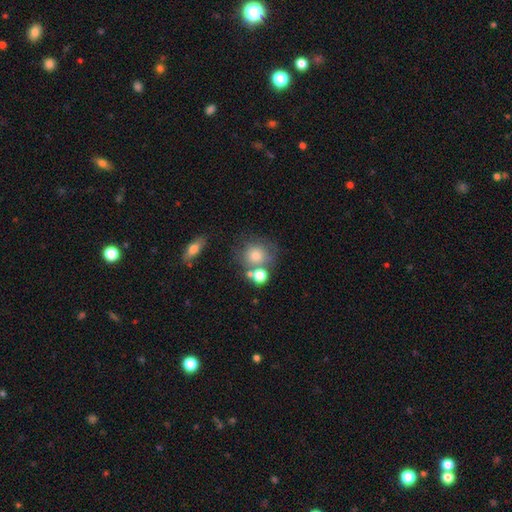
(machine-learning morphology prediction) This is likely a smooth galaxy (72%). How rounded: clearly round (82%). Merging: possibly none (53%).